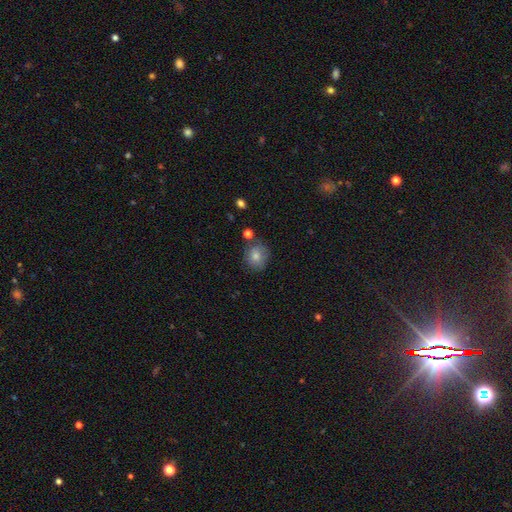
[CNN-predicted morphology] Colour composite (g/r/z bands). It shows a smooth galaxy with no disk features (71%) that is round (83%). Merging: none (80%).